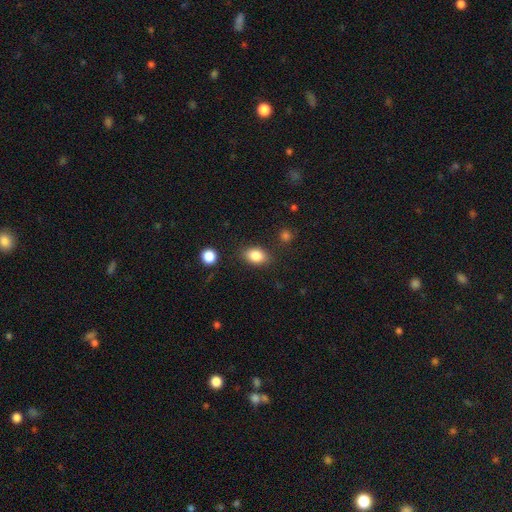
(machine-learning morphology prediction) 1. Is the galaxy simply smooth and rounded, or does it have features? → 85% smooth, 9% star or artifact, 7% featured or disk.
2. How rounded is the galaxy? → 82% in between, 16% round, 2% cigar-shaped.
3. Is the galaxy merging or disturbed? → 83% none, 11% minor disturbance, 3% major disturbance, 3% merger.